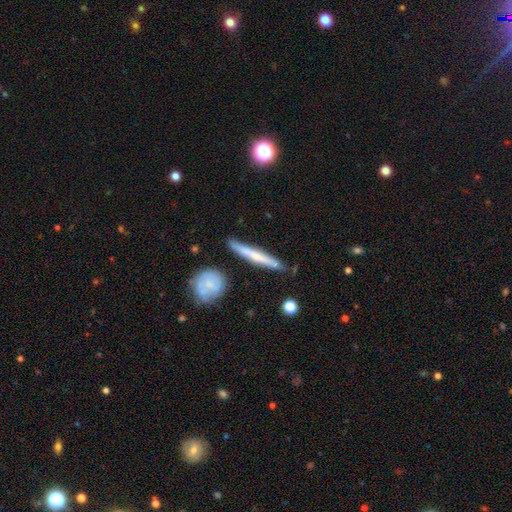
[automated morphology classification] Smooth or featured? Predicted: featured or disk (p=0.47, tied with smooth). Merging? Predicted: none (p=0.84).